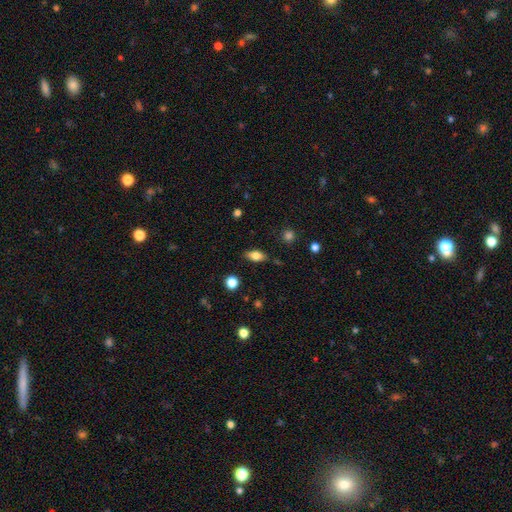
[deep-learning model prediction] Morphology: type=smooth (78%); roundness=in between (85%); merging=none (83%).